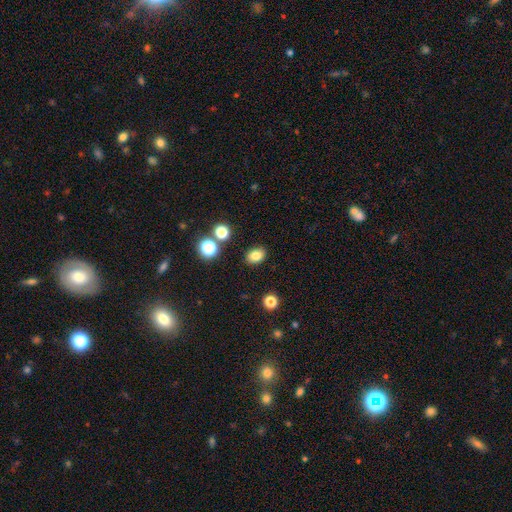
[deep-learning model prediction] This is clearly a smooth galaxy (81%). How rounded: likely in between (72%). Merging: clearly none (86%).